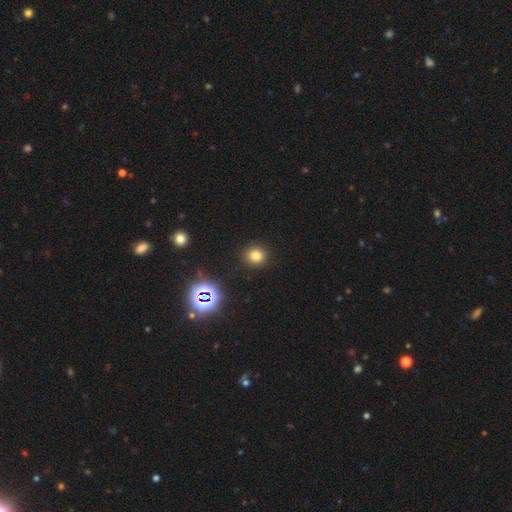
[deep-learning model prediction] Smooth or featured? Predicted: smooth (p=0.76). How rounded? Predicted: round (p=0.87). Merging? Predicted: none (p=0.90).